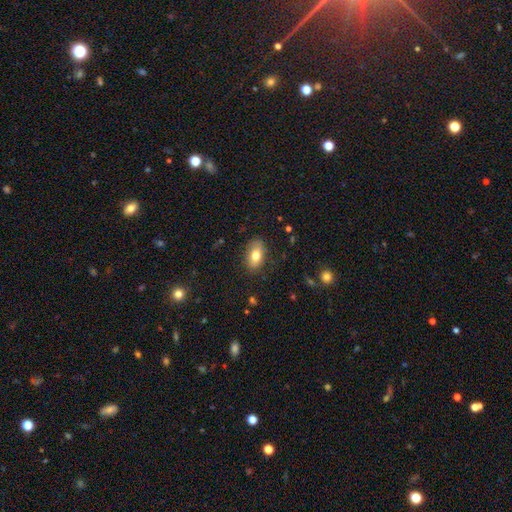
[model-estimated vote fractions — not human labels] smooth_or_featured: smooth (p=0.77) [alt: featured or disk p=0.15]
how_rounded: in between (p=0.89) [alt: round p=0.08]
merging: none (p=0.83) [alt: minor disturbance p=0.13]